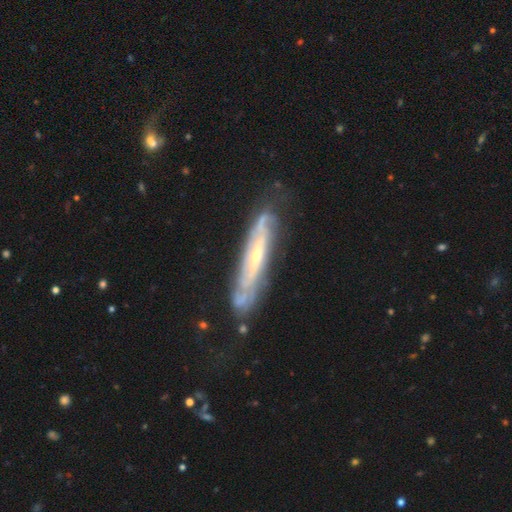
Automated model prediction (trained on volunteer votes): A featured or disk galaxy (79%).

Vote fractions:
- Smooth or featured? featured or disk: 79% / smooth: 14% / star or artifact: 6%
- Edge-on disk? no: 54% / yes: 46%
- Merging? none: 70% / minor disturbance: 20% / major disturbance: 7% / merger: 3%